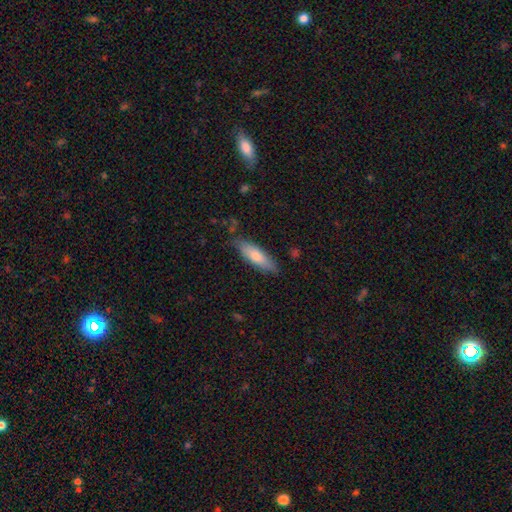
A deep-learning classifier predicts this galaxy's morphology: Smooth or featured: smooth — 70% (featured or disk — 24%)
How rounded: cigar-shaped — 54% (in between — 45%)
Merging: none — 80% (minor disturbance — 15%)